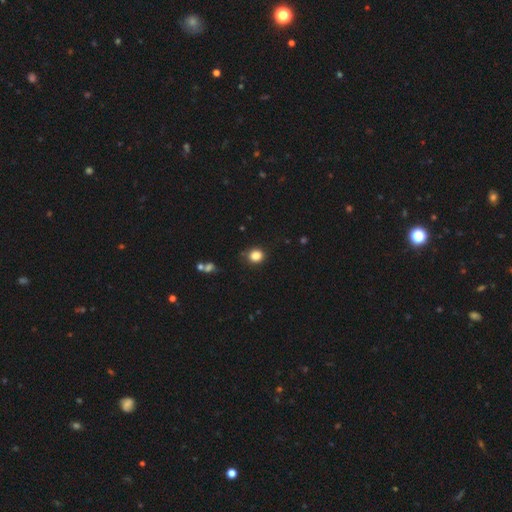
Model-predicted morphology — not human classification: A smooth galaxy with no disk features (85%) that is round (77%).

Vote fractions:
- Smooth or featured? smooth: 85% / star or artifact: 11% / featured or disk: 4%
- How rounded? round: 77% / in between: 22% / cigar-shaped: 1%
- Merging? none: 83% / minor disturbance: 12% / major disturbance: 3% / merger: 2%